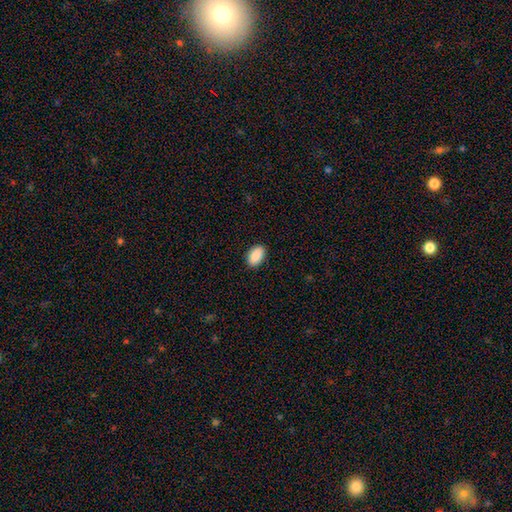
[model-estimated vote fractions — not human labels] Smooth or featured? Predicted: smooth (p=0.90). How rounded? Predicted: in between (p=0.93). Merging? Predicted: none (p=0.89).